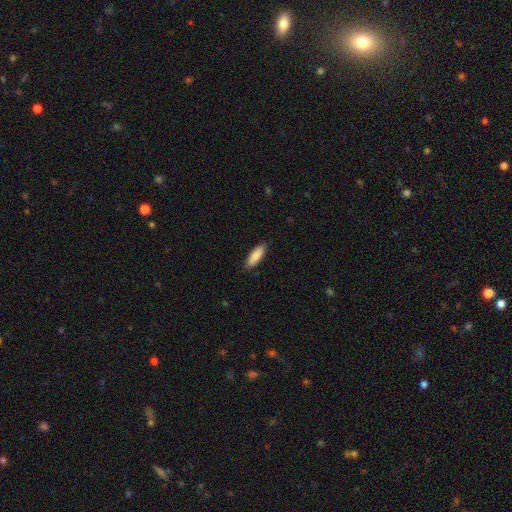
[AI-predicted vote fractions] This appears to be a smooth galaxy with no disk features (85%) that is in between round and cigar-shaped (53%). Merging: none (88%).